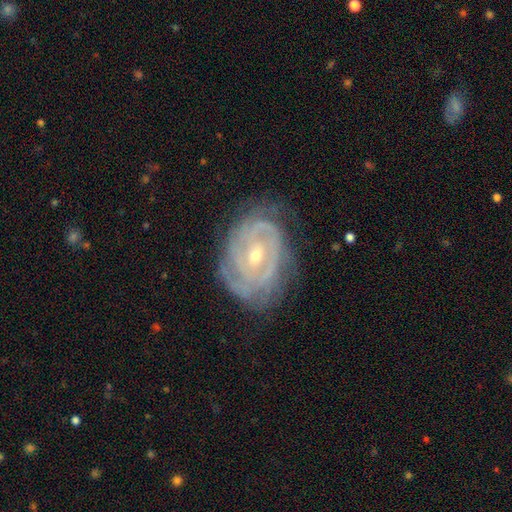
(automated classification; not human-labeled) Smooth or featured: featured or disk — 88% (smooth — 7%)
Edge-on disk: no — 96% (yes — 4%)
Bar: weak — 43% (no — 40%)
Spiral arms: yes — 95% (no — 5%)
Spiral winding: tight — 75% (medium — 20%)
Spiral arm count: can't tell — 33% (2 — 23%)
Bulge size: small — 55% (moderate — 42%)
Merging: none — 70% (minor disturbance — 21%)